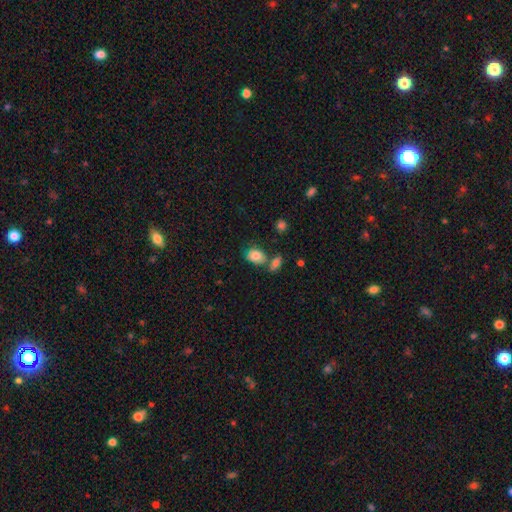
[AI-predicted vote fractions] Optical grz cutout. It shows a smooth galaxy with no disk features (80%) that is in between round and cigar-shaped (73%). Merging: none (51%).